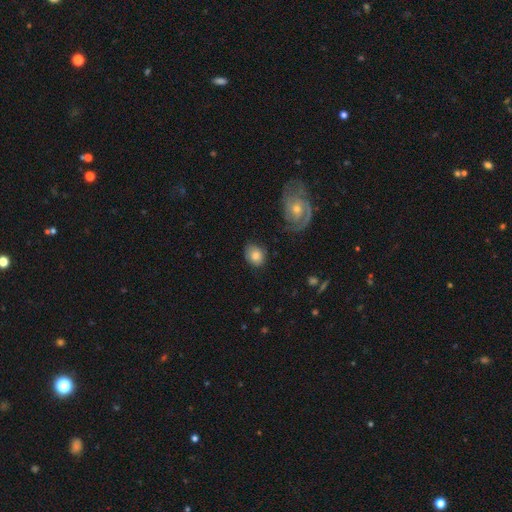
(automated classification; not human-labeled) This is likely a smooth galaxy (76%). How rounded: possibly in between (52%). Merging: likely none (78%).